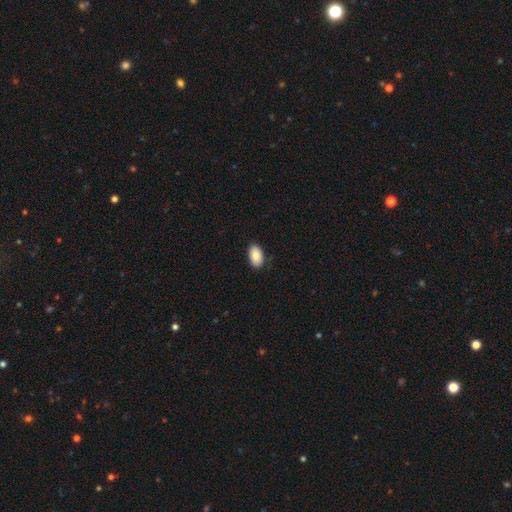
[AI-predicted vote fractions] A smooth galaxy with no disk features (87%) that is in between round and cigar-shaped (93%).

Vote fractions:
- Smooth or featured? smooth: 87% / star or artifact: 7% / featured or disk: 6%
- How rounded? in between: 93% / round: 5% / cigar-shaped: 1%
- Merging? none: 86% / minor disturbance: 11% / major disturbance: 2% / merger: 1%